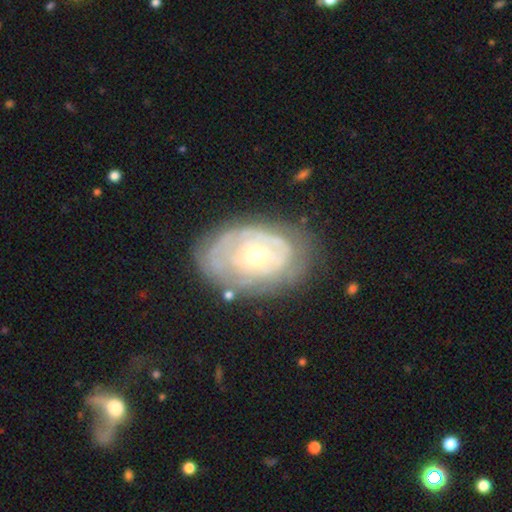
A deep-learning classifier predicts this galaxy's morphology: smooth_or_featured: featured or disk (p=0.75) [alt: smooth p=0.19]
disk_edge_on: no (p=0.95) [alt: yes p=0.05]
bar: no (p=0.81) [alt: weak p=0.15]
has_spiral_arms: yes (p=0.68) [alt: no p=0.32]
bulge_size: moderate (p=0.53) [alt: small p=0.43]
merging: none (p=0.66) [alt: minor disturbance p=0.23]